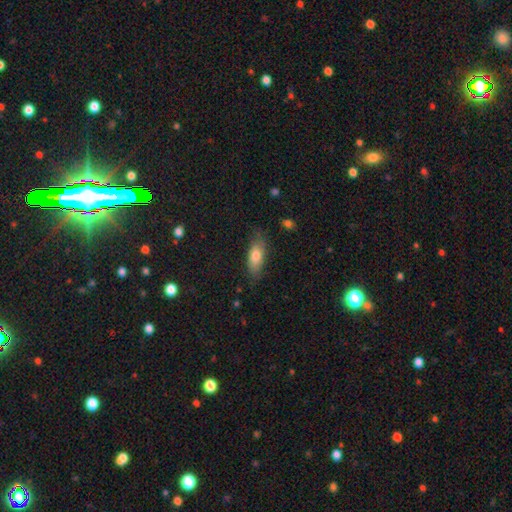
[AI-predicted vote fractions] Smooth or featured: smooth — 77% (featured or disk — 16%)
How rounded: in between — 77% (cigar-shaped — 21%)
Merging: none — 73% (minor disturbance — 20%)